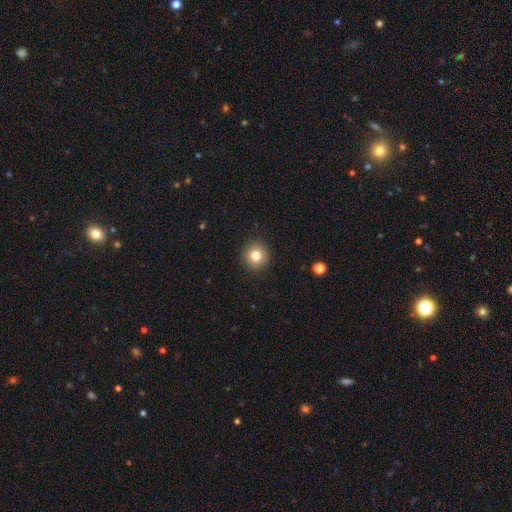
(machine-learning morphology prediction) smooth-or-featured: smooth: 81% | star or artifact: 11% | featured or disk: 8%
  how-rounded: round: 93% | in between: 6% | cigar-shaped: 1%
  merging: none: 92% | minor disturbance: 5% | major disturbance: 2% | merger: 1%